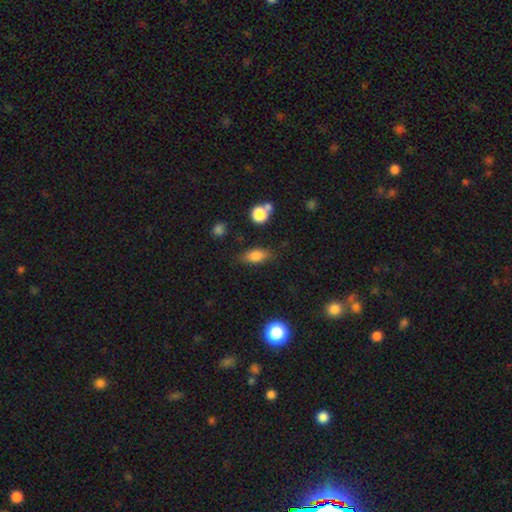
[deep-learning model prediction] Q: Smooth or featured?
A: smooth (79%); runner-up: featured or disk (11%)
Q: How rounded?
A: in between (80%); runner-up: cigar-shaped (11%)
Q: Merging?
A: none (74%); runner-up: minor disturbance (17%)